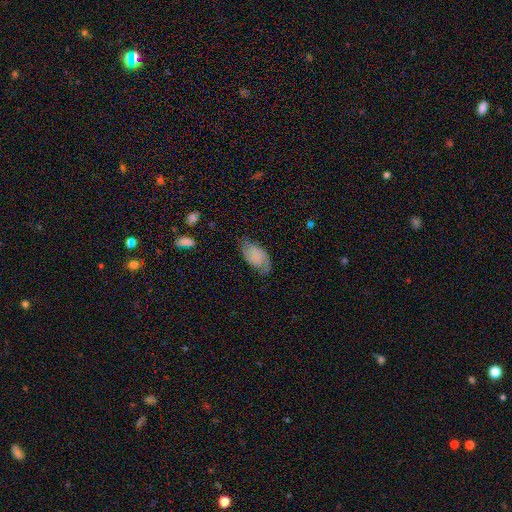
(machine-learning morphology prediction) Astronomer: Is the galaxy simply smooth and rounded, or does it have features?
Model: featured or disk — 68%.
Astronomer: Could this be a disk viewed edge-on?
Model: no — 97%.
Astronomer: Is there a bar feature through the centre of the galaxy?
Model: no — 65%.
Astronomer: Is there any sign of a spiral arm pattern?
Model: yes — 94%.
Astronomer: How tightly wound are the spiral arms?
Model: medium — 44% (runner-up: tight, 35%).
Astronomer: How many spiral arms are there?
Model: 2 — 86%.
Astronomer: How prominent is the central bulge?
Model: none — 60%.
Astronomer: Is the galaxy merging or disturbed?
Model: none — 71%.